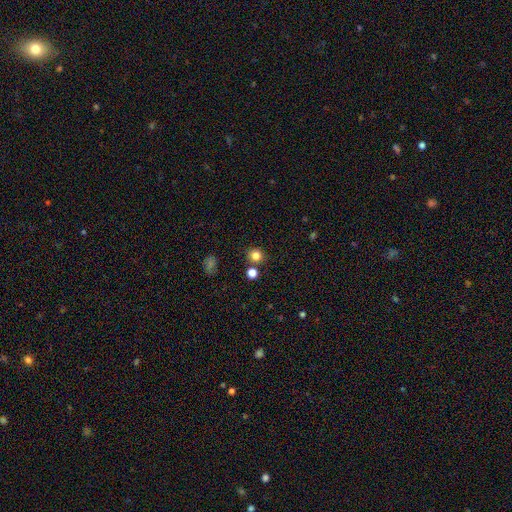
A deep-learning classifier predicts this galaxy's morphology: smooth 81%, star or artifact 14%, featured or disk 5%. Down the decision tree: how rounded — round (88%); merging — none (83%).